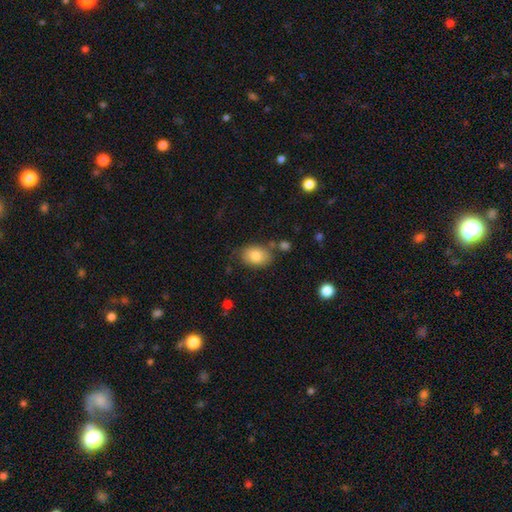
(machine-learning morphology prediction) Smooth or featured?
  - smooth: 82% *
  - featured or disk: 10%
  - star or artifact: 8%
How rounded?
  - in between: 78% *
  - round: 21%
  - cigar-shaped: 1%
Merging?
  - none: 74% *
  - minor disturbance: 16%
  - merger: 6%
  - major disturbance: 4%